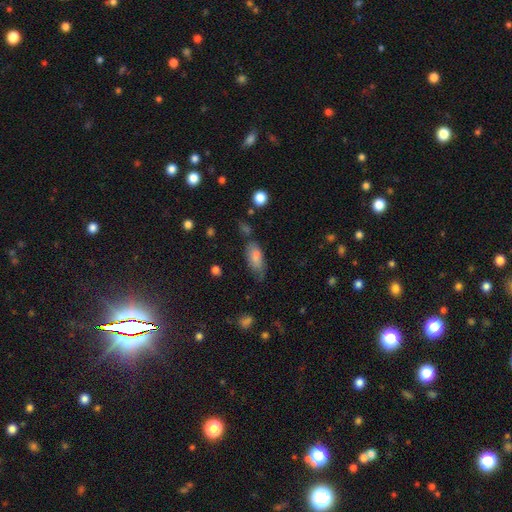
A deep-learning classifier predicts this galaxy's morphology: This is likely a smooth galaxy (73%). How rounded: clearly in between (82%). Merging: possibly none (53%).